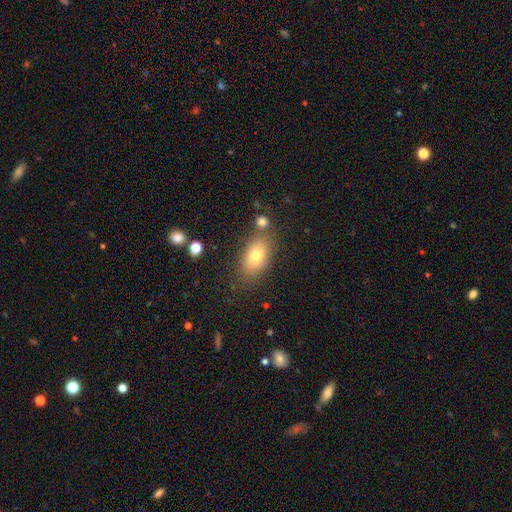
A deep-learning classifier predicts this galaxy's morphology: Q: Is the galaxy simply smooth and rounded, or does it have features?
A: smooth — 76%.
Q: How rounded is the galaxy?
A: in between — 87%.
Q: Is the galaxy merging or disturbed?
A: none — 75%.